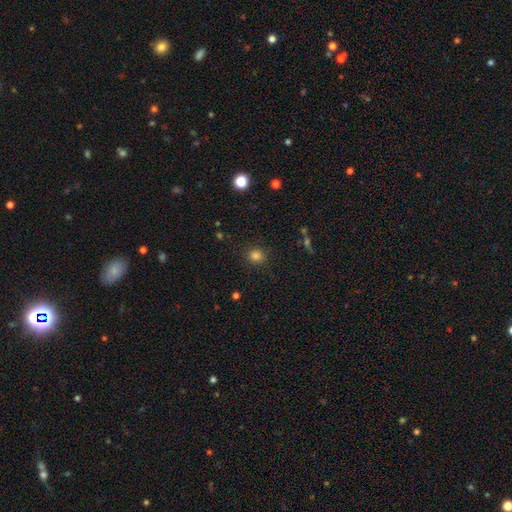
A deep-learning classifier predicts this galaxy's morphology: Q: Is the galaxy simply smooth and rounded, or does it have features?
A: smooth — 82%.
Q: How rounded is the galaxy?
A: round — 87%.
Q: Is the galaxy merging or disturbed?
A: none — 88%.